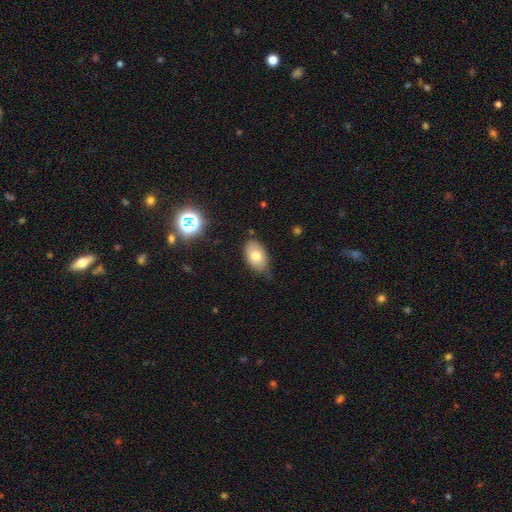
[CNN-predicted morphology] Smooth or featured?
  - smooth: 76% *
  - featured or disk: 15%
  - star or artifact: 9%
How rounded?
  - in between: 89% *
  - round: 9%
  - cigar-shaped: 1%
Merging?
  - none: 64% *
  - minor disturbance: 29%
  - major disturbance: 5%
  - merger: 2%